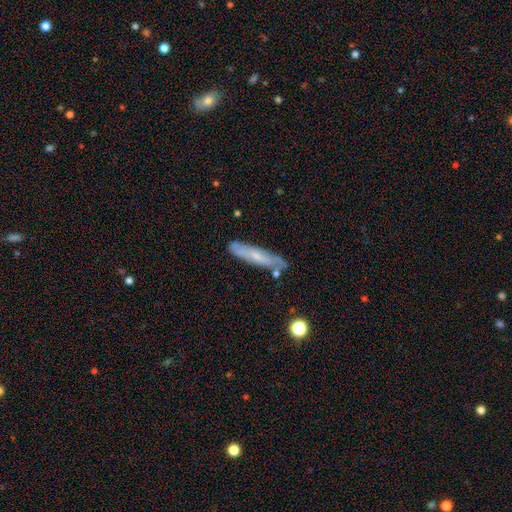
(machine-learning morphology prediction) type=smooth (49%); merging=none (67%).